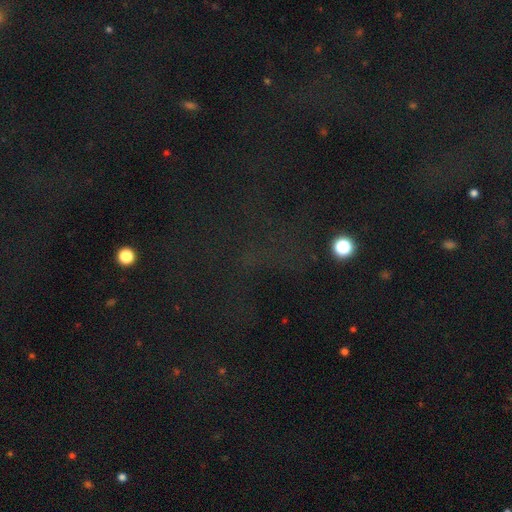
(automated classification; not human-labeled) Morphology: type=star or artifact (73%).